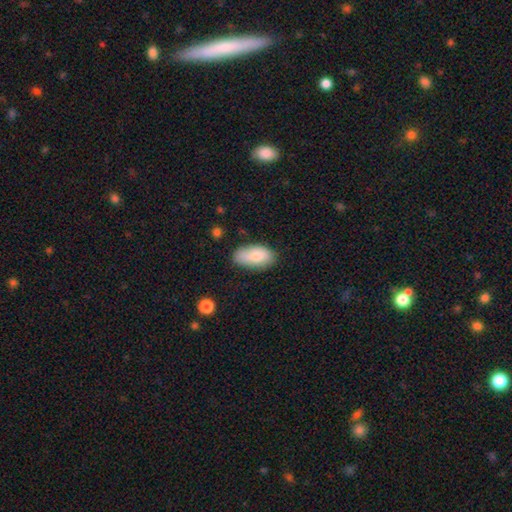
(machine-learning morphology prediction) smooth_or_featured: smooth (p=0.82) [alt: featured or disk p=0.12]
how_rounded: in between (p=0.94) [alt: cigar-shaped p=0.03]
merging: none (p=0.74) [alt: minor disturbance p=0.20]